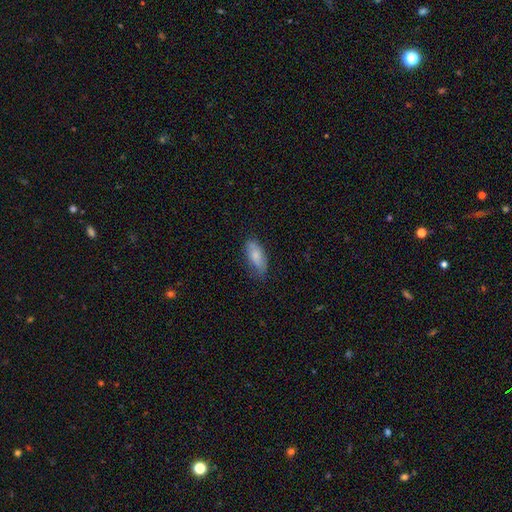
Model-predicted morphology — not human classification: Smooth or featured?
  - smooth: 78% *
  - featured or disk: 16%
  - star or artifact: 6%
How rounded?
  - in between: 80% *
  - cigar-shaped: 18%
  - round: 2%
Merging?
  - none: 70% *
  - minor disturbance: 24%
  - major disturbance: 5%
  - merger: 1%